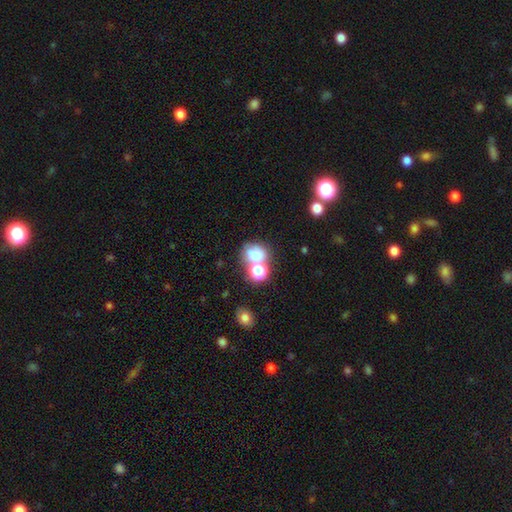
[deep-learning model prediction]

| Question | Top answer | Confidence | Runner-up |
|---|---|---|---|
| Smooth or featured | smooth | 63% | star or artifact (21%) |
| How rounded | round | 54% | in between (44%) |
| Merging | merger | 41% | none (39%) |